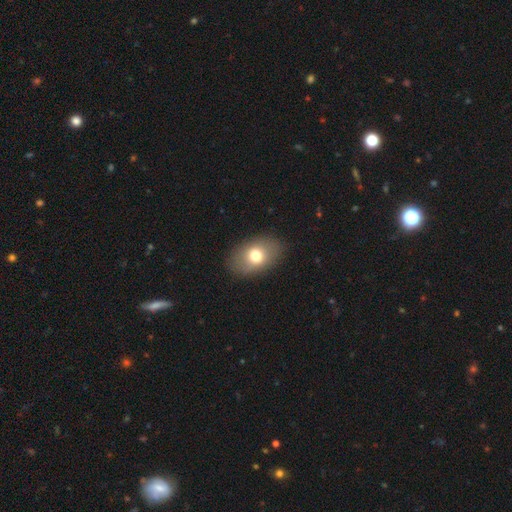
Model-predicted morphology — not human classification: A smooth galaxy with no disk features (72%) that is in between round and cigar-shaped (82%). Merging: none (86%).